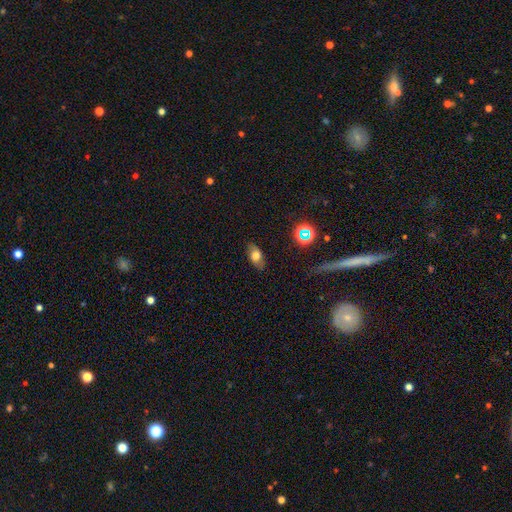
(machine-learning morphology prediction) The model was most divided on "smooth or featured": smooth: 67%, featured or disk: 20%, star or artifact: 12%. More confident: how rounded — in between (85%); merging — none (80%).